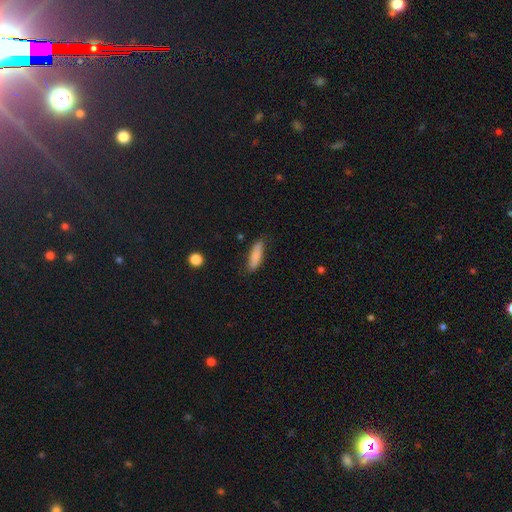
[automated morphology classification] A smooth galaxy with no disk features (83%) that is cigar-shaped (57%). Merging: none (80%).